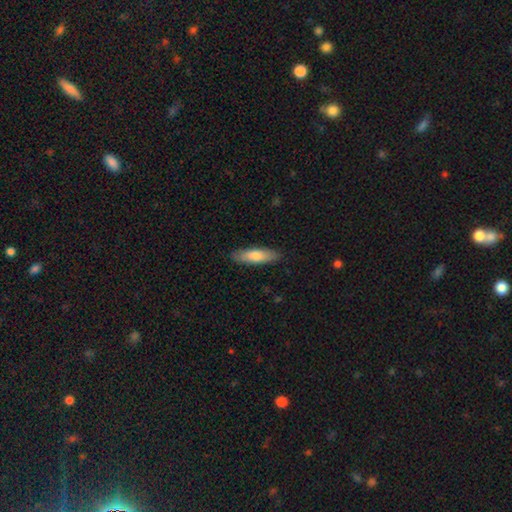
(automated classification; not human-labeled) This is likely a smooth galaxy (76%). How rounded: likely cigar-shaped (61%). Merging: clearly none (88%).